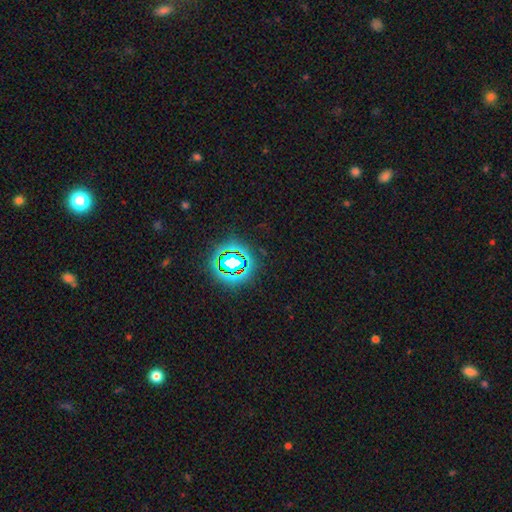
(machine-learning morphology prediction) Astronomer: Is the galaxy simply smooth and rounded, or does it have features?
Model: star or artifact — 77%.